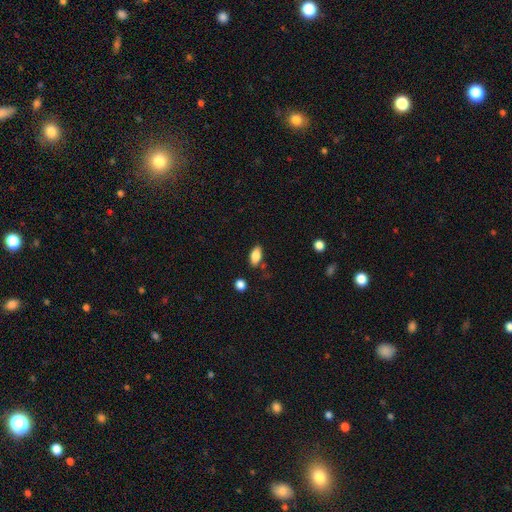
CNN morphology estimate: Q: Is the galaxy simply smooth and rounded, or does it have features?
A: smooth — 84%.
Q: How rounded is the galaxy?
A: in between — 89%.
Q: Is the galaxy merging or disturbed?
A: none — 77%.